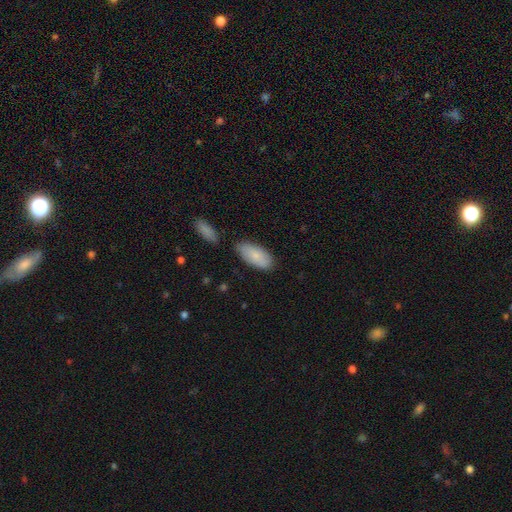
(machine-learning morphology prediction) This is clearly a smooth galaxy (81%). How rounded: clearly in between (90%). Merging: likely none (71%).